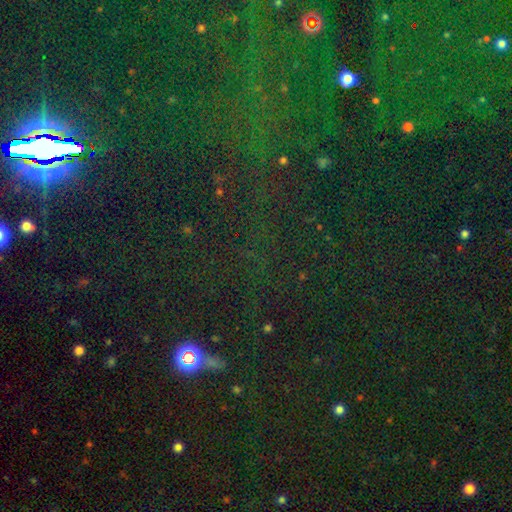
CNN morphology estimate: Smooth or featured?
  - star or artifact: 81% *
  - smooth: 12%
  - featured or disk: 7%